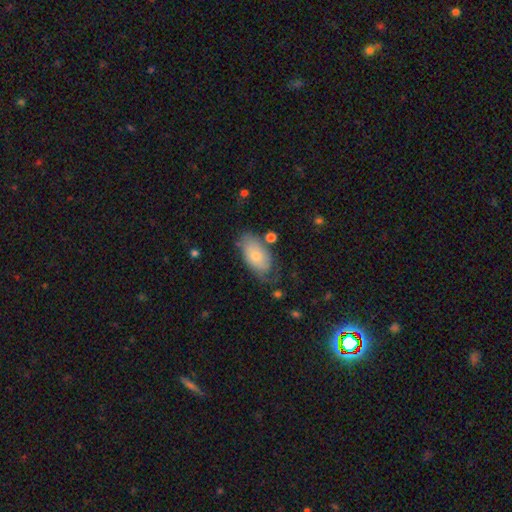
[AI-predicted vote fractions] A smooth galaxy with no disk features (62%) that is in between round and cigar-shaped (92%).

Vote fractions:
- Smooth or featured? smooth: 62% / featured or disk: 31% / star or artifact: 7%
- How rounded? in between: 92% / round: 4% / cigar-shaped: 4%
- Merging? none: 57% / minor disturbance: 28% / major disturbance: 11% / merger: 4%